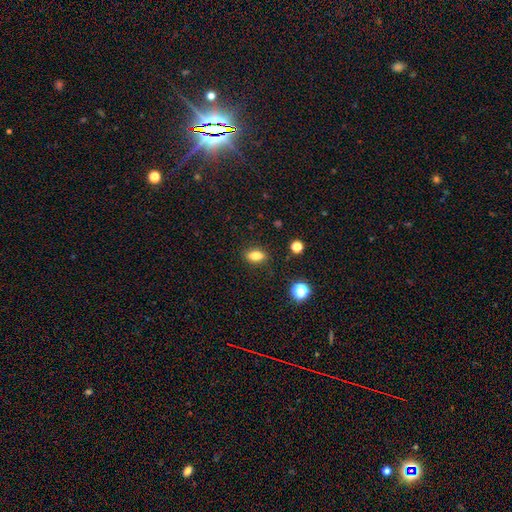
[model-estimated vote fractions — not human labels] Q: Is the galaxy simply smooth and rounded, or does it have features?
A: smooth — 80%.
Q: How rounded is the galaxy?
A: in between — 80%.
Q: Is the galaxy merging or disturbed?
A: none — 85%.